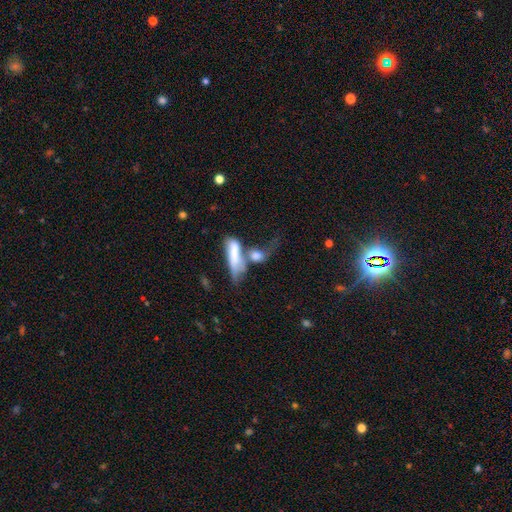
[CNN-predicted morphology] Q: Smooth or featured?
A: smooth (63%); runner-up: featured or disk (28%)
Q: How rounded?
A: in between (59%); runner-up: cigar-shaped (31%)
Q: Merging?
A: merger (61%); runner-up: major disturbance (17%)